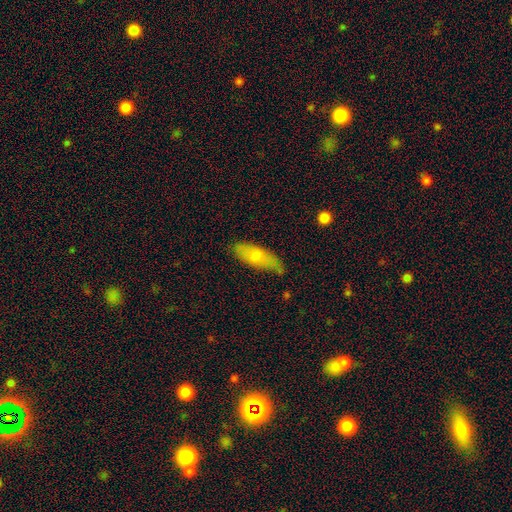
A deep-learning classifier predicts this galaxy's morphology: Q: Smooth or featured?
A: smooth (71%); runner-up: featured or disk (23%)
Q: How rounded?
A: in between (69%); runner-up: cigar-shaped (29%)
Q: Merging?
A: none (61%); runner-up: minor disturbance (30%)